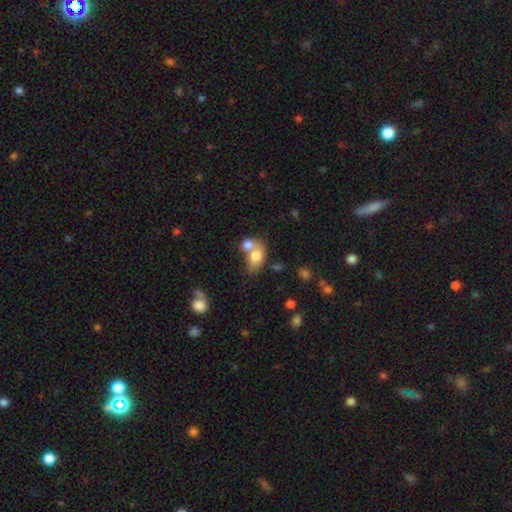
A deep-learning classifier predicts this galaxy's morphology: smooth-or-featured: smooth: 74% | featured or disk: 18% | star or artifact: 8%
  how-rounded: in between: 77% | round: 21% | cigar-shaped: 2%
  merging: merger: 59% | none: 26% | minor disturbance: 10% | major disturbance: 5%